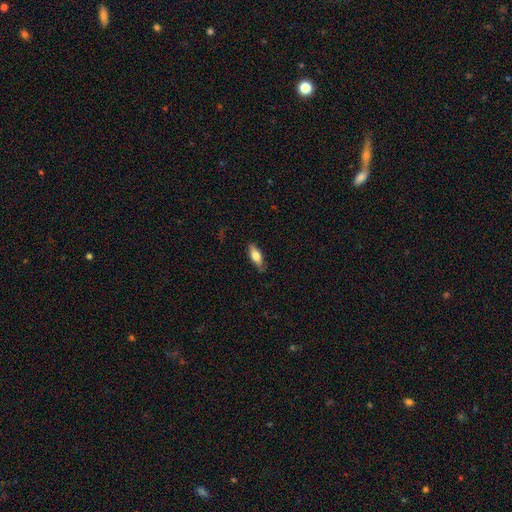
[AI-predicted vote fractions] Overall: smooth (67%; featured or disk 27%). How rounded: in between (66%; cigar-shaped 32%). Merging: none (82%).